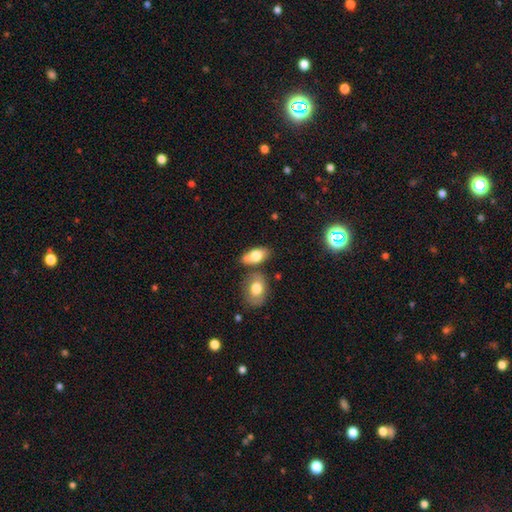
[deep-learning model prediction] Morphology: type=smooth (76%); roundness=in between (90%); merging=none (55%).